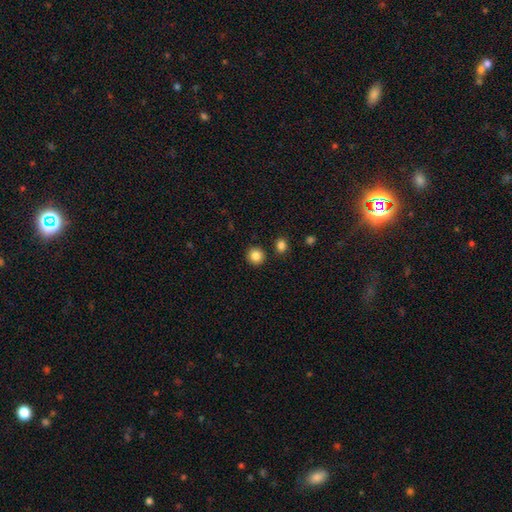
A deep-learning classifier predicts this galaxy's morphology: Smooth or featured? smooth (86%)
How rounded? round (93%)
Merging? none (89%)